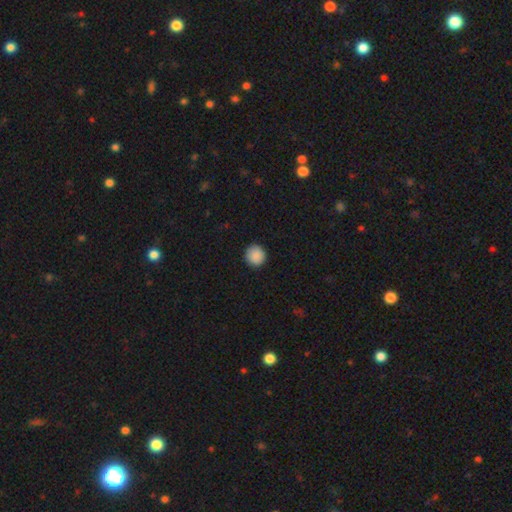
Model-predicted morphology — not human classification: This appears to be a smooth galaxy with no disk features (89%) that is round (94%). Merging: none (92%).